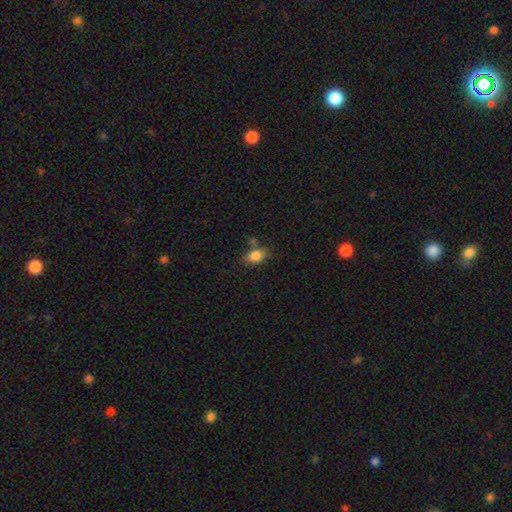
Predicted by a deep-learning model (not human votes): A smooth galaxy with no disk features (84%) that is in between round and cigar-shaped (84%).

Vote fractions:
- Smooth or featured? smooth: 84% / star or artifact: 9% / featured or disk: 7%
- How rounded? in between: 84% / round: 14% / cigar-shaped: 3%
- Merging? none: 65% / minor disturbance: 17% / merger: 14% / major disturbance: 5%